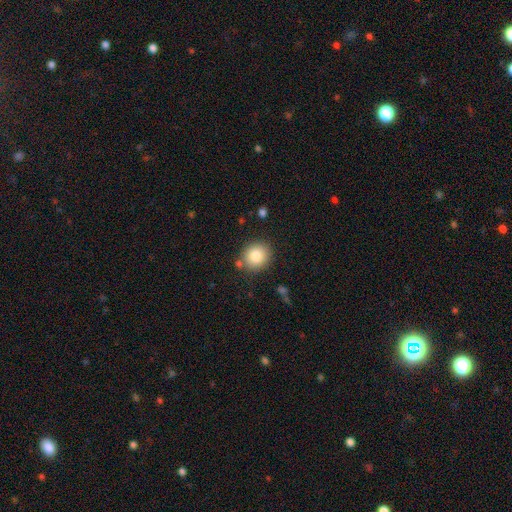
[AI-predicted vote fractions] The model was most divided on "how rounded": round: 83%, in between: 16%, cigar-shaped: 1%. More confident: merging — none (84%); smooth or featured — smooth (83%).